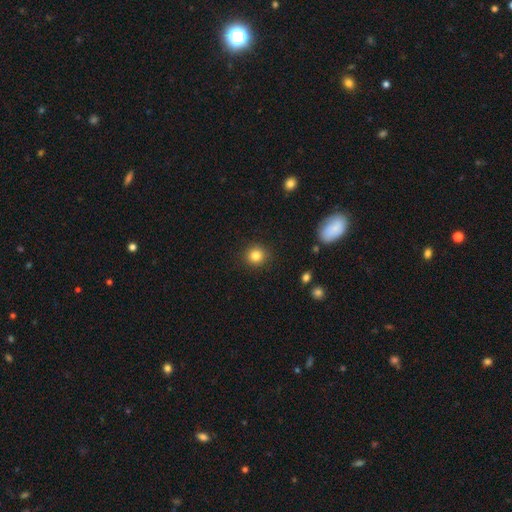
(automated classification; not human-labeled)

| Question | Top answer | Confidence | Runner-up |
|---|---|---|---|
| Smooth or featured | smooth | 84% | star or artifact (11%) |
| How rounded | round | 90% | in between (9%) |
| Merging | none | 91% | minor disturbance (6%) |